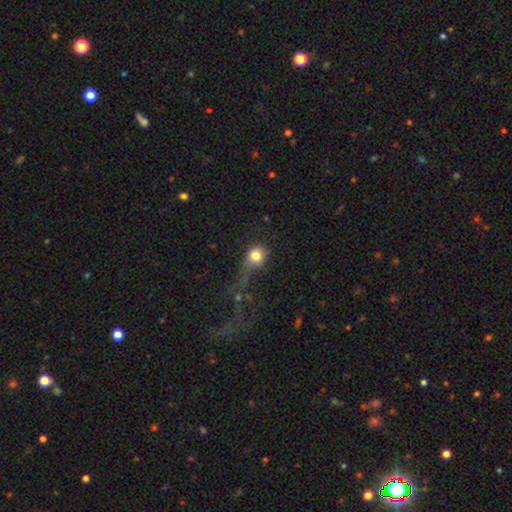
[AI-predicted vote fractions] The model was most divided on "merging": major disturbance: 38%, none: 31%, minor disturbance: 22%, merger: 8%. More confident: smooth or featured — smooth (77%); how rounded — round (73%).